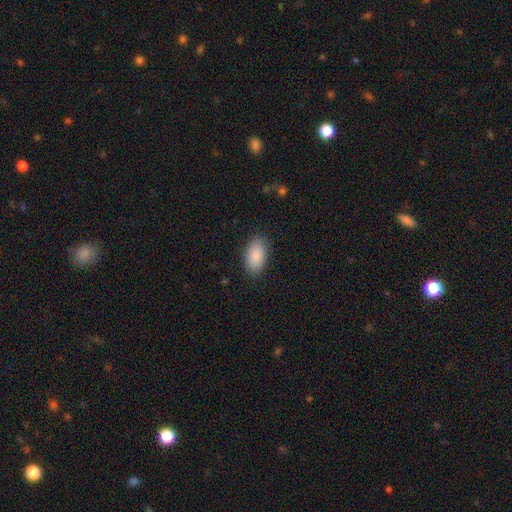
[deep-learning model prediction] smooth 88%, star or artifact 6%, featured or disk 6%. Down the decision tree: how rounded — in between (94%); merging — none (86%).